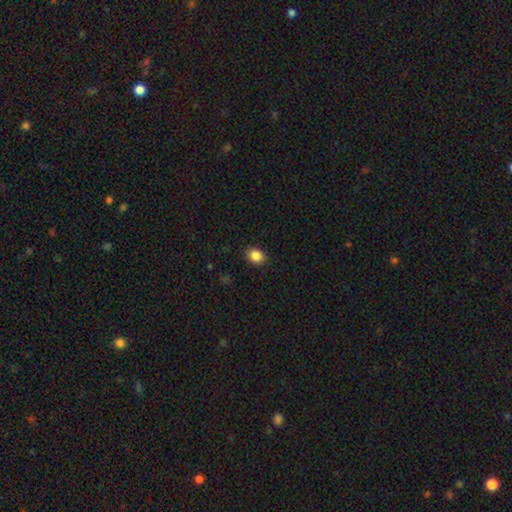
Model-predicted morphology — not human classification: Smooth or featured?
  - smooth: 87% *
  - star or artifact: 10%
  - featured or disk: 4%
How rounded?
  - in between: 51% *
  - round: 49%
  - cigar-shaped: 1%
Merging?
  - none: 90% *
  - minor disturbance: 7%
  - major disturbance: 2%
  - merger: 1%